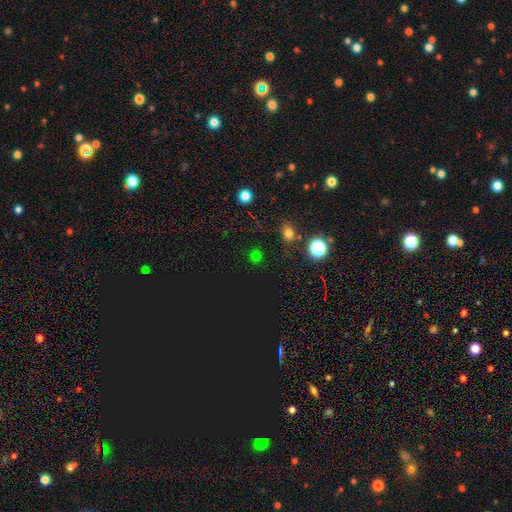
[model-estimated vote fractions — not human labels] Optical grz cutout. It shows a smooth galaxy with no disk features (52%) that is round (87%). Merging: none (85%).